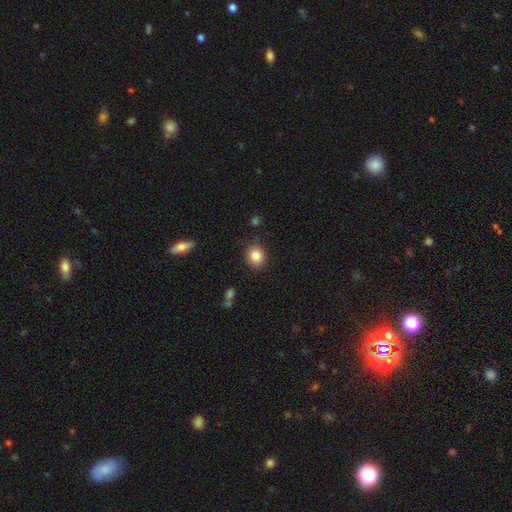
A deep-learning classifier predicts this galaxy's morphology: The model was most divided on "how rounded": round: 70%, in between: 29%, cigar-shaped: 1%. More confident: merging — none (86%); smooth or featured — smooth (84%).